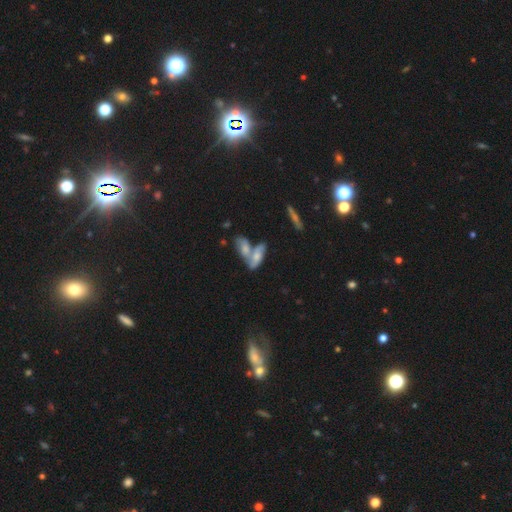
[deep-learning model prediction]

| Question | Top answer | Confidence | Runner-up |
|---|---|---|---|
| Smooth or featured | smooth | 53% | featured or disk (37%) |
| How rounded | in between | 70% | cigar-shaped (26%) |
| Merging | merger | 58% | none (28%) |